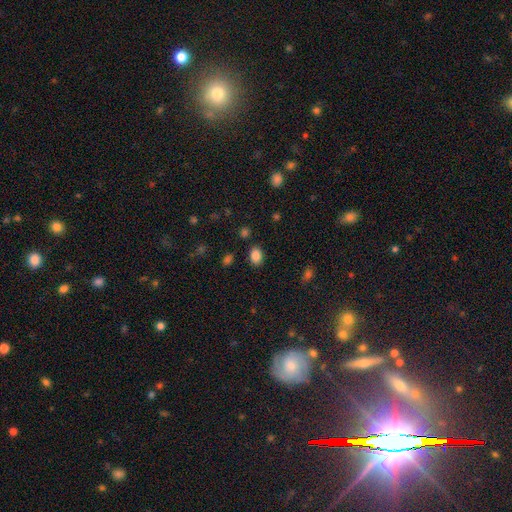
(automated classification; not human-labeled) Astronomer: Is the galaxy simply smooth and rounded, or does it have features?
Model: smooth — 85%.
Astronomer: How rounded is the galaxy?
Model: in between — 76%.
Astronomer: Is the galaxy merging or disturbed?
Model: none — 85%.